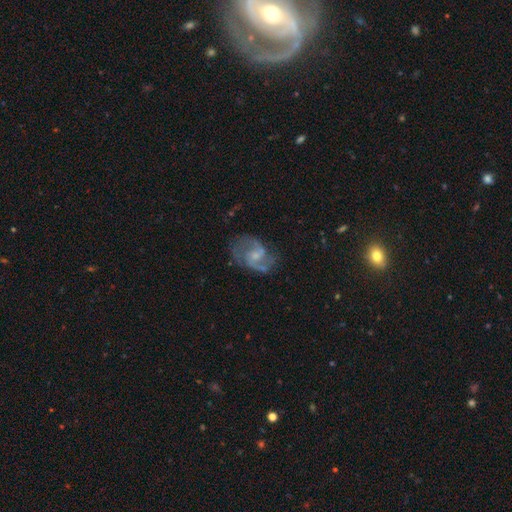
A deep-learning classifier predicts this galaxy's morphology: smooth_or_featured: featured or disk (p=0.82) [alt: smooth p=0.12]
disk_edge_on: no (p=0.98) [alt: yes p=0.02]
bar: weak (p=0.50) [alt: no p=0.40]
has_spiral_arms: yes (p=0.93) [alt: no p=0.07]
spiral_winding: medium (p=0.54) [alt: loose p=0.32]
spiral_arm_count: 2 (p=0.84) [alt: can't tell p=0.06]
bulge_size: small (p=0.49) [alt: moderate p=0.29]
merging: none (p=0.62) [alt: minor disturbance p=0.21]